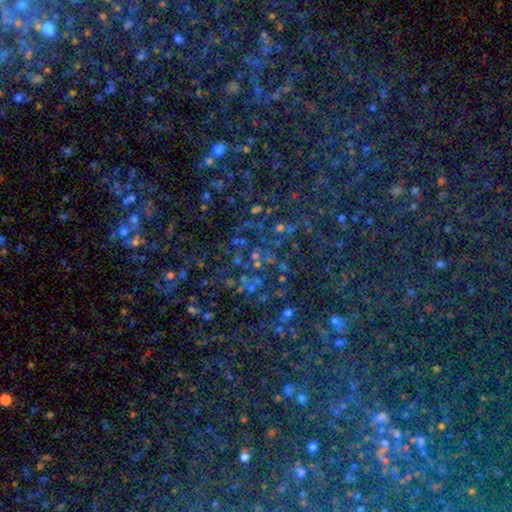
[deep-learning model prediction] This is likely a star or artifact rather than a galaxy (76%).